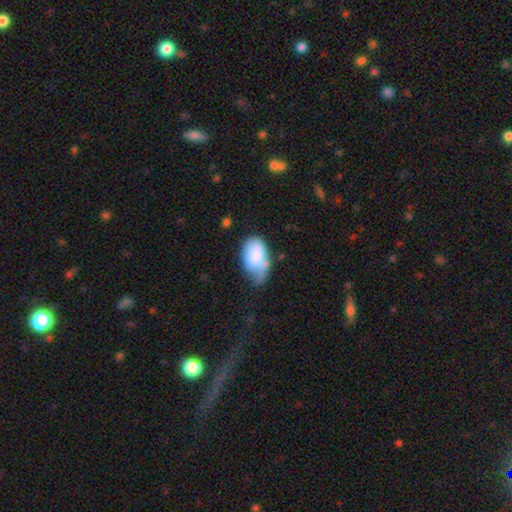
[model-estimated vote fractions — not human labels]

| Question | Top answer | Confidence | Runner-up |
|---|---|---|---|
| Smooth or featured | smooth | 75% | featured or disk (18%) |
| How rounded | in between | 92% | round (6%) |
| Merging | minor disturbance | 42% | none (29%) |